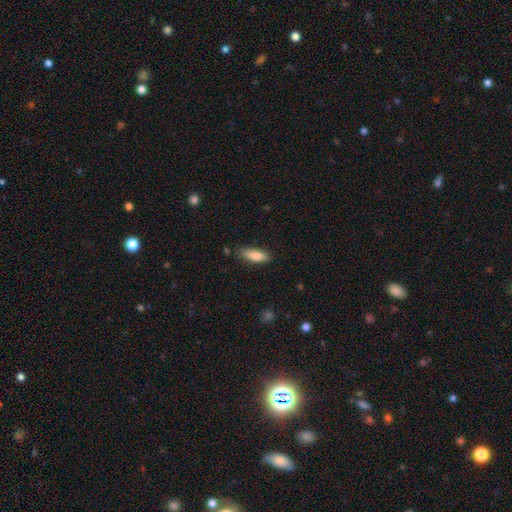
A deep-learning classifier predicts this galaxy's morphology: Smooth or featured? smooth (84%)
How rounded? in between (62%)
Merging? none (77%)